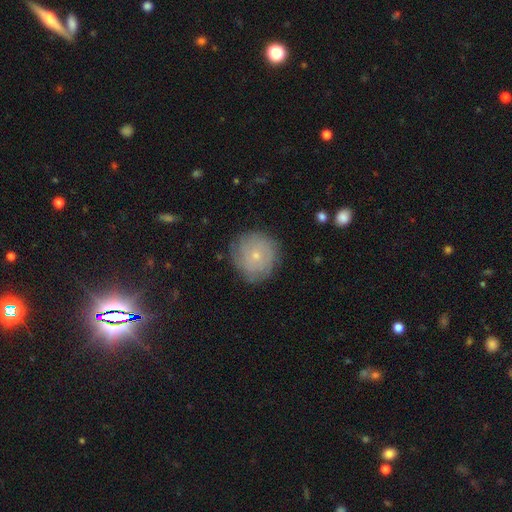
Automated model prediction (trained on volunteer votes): smooth-or-featured: smooth: 47% | featured or disk: 44% | star or artifact: 9%
  merging: none: 79% | minor disturbance: 15% | major disturbance: 5% | merger: 1%